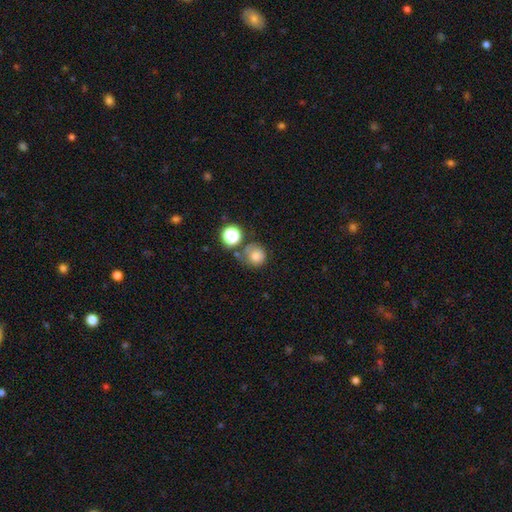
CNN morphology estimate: type=smooth (74%); roundness=round (86%); merging=none (51%).